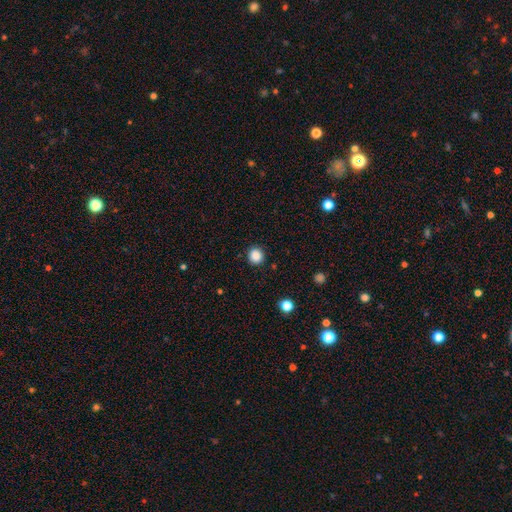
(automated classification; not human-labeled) Smooth or featured? Predicted: smooth (p=0.87). How rounded? Predicted: round (p=0.90). Merging? Predicted: none (p=0.91).